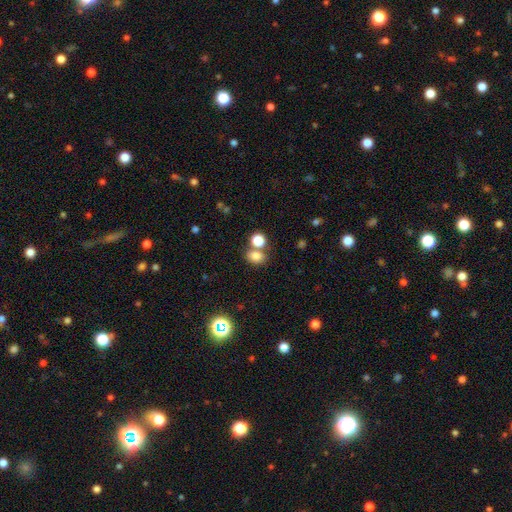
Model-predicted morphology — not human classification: This is likely a smooth galaxy (79%). How rounded: possibly in between (54%). Merging: possibly none (55%).